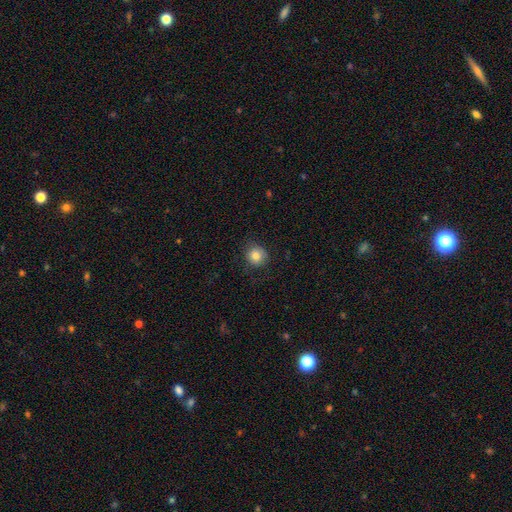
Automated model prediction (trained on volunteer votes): Q: Smooth or featured?
A: smooth (81%); runner-up: star or artifact (10%)
Q: How rounded?
A: round (87%); runner-up: in between (12%)
Q: Merging?
A: none (77%); runner-up: minor disturbance (16%)